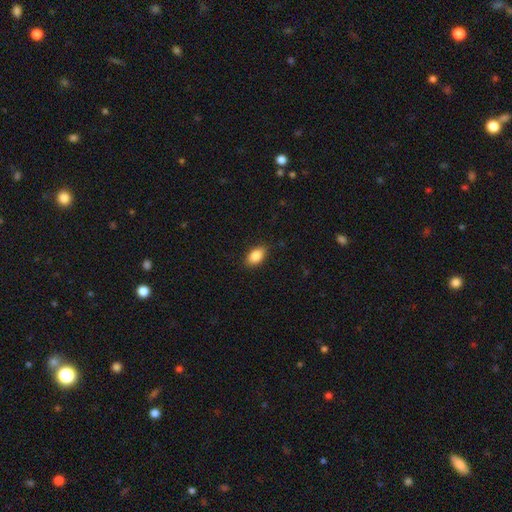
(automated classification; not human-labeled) This appears to be a smooth galaxy with no disk features (87%) that is in between round and cigar-shaped (89%). Merging: none (86%).